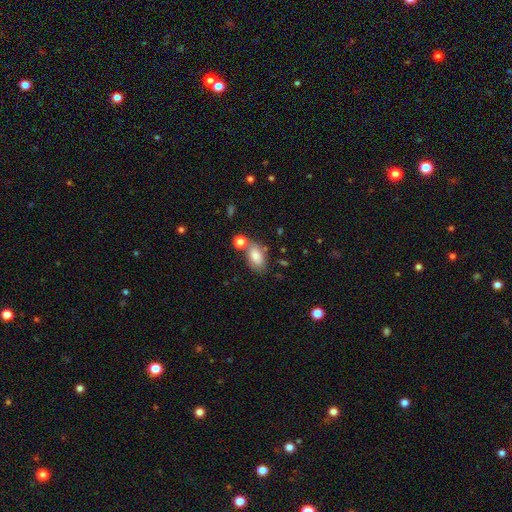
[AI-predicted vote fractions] Smooth or featured? smooth (82%)
How rounded? in between (90%)
Merging? none (58%)